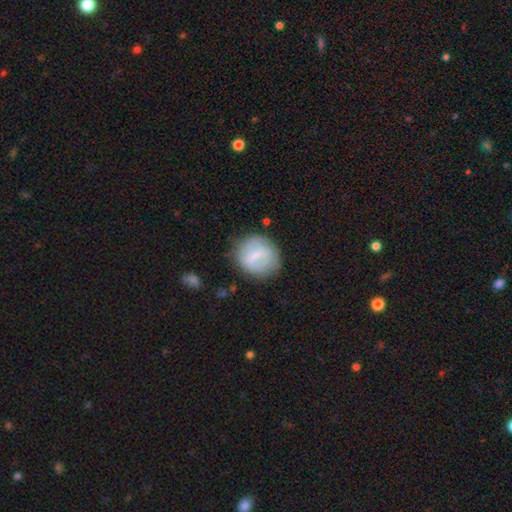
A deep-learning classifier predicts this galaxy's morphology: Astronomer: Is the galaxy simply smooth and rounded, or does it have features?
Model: smooth — 55% (runner-up: featured or disk, 38%).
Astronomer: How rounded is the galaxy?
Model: round — 80%.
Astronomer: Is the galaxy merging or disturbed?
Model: none — 70%.